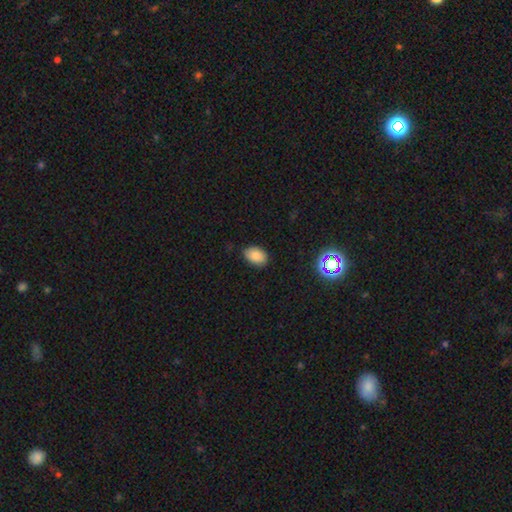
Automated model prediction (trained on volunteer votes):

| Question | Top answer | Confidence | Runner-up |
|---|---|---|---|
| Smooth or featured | smooth | 84% | star or artifact (11%) |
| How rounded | in between | 89% | round (10%) |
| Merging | none | 82% | minor disturbance (14%) |